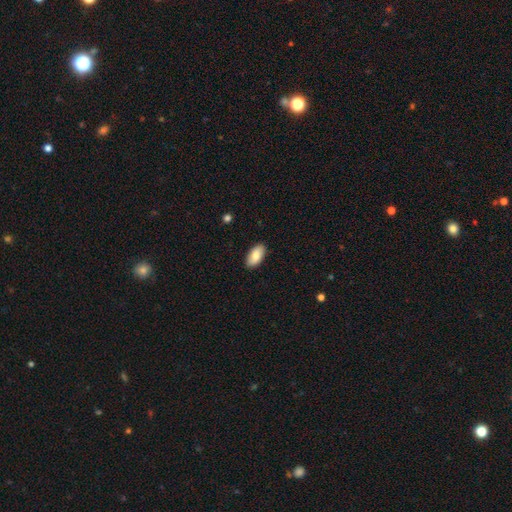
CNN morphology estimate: smooth-or-featured: smooth: 83% | featured or disk: 11% | star or artifact: 6%
  how-rounded: in between: 94% | cigar-shaped: 4% | round: 2%
  merging: none: 89% | minor disturbance: 8% | major disturbance: 2% | merger: 1%